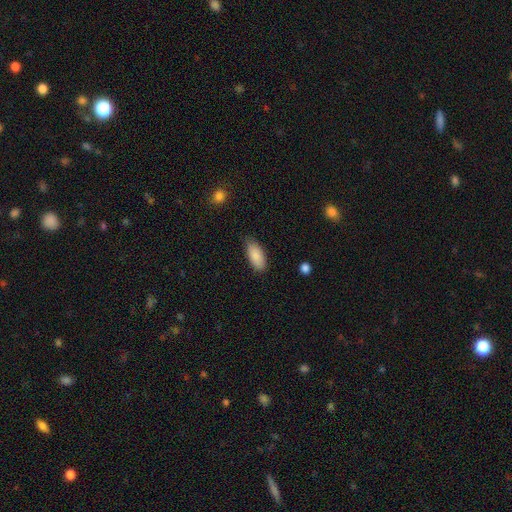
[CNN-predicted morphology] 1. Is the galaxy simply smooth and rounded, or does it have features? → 88% smooth, 6% star or artifact, 6% featured or disk.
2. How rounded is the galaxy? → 88% in between, 10% cigar-shaped, 2% round.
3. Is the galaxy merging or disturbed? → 75% none, 20% minor disturbance, 3% major disturbance, 1% merger.